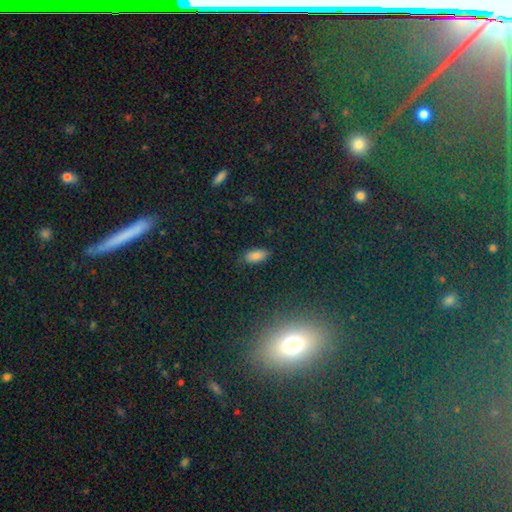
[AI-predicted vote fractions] The model was most divided on "smooth or featured": smooth: 77%, star or artifact: 15%, featured or disk: 7%. More confident: how rounded — in between (87%); merging — none (84%).